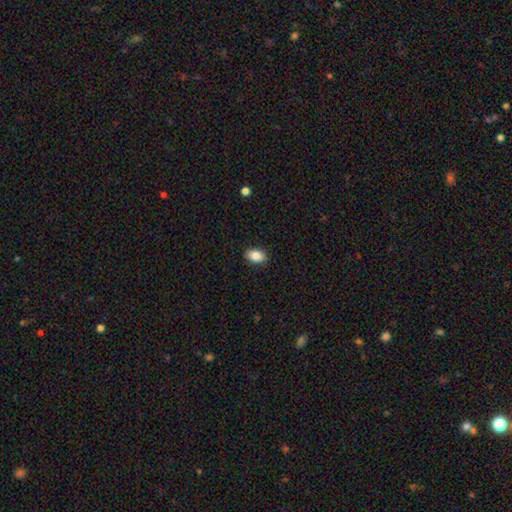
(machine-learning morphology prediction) This is clearly a smooth galaxy (85%). How rounded: clearly in between (87%). Merging: clearly none (90%).